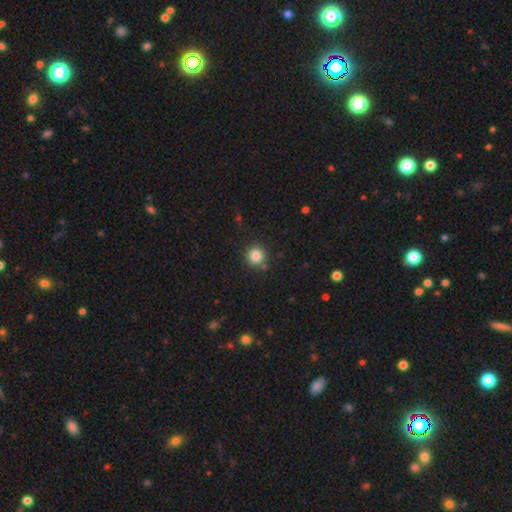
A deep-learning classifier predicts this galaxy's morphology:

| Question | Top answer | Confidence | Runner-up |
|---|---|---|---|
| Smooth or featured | smooth | 84% | star or artifact (11%) |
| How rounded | round | 93% | in between (6%) |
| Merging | none | 85% | minor disturbance (8%) |